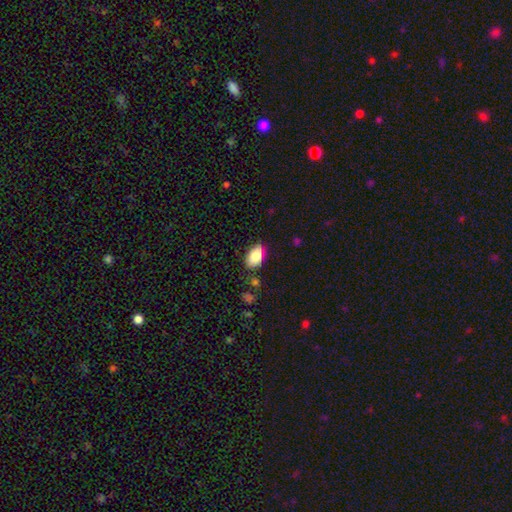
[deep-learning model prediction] A smooth galaxy with no disk features (81%) that is in between round and cigar-shaped (90%). Merging: none (76%).